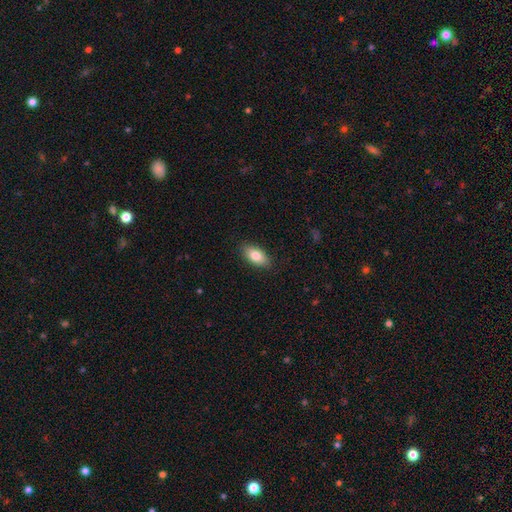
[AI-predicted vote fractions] smooth_or_featured: smooth (p=0.82) [alt: featured or disk p=0.11]
how_rounded: in between (p=0.91) [alt: cigar-shaped p=0.05]
merging: none (p=0.87) [alt: minor disturbance p=0.10]